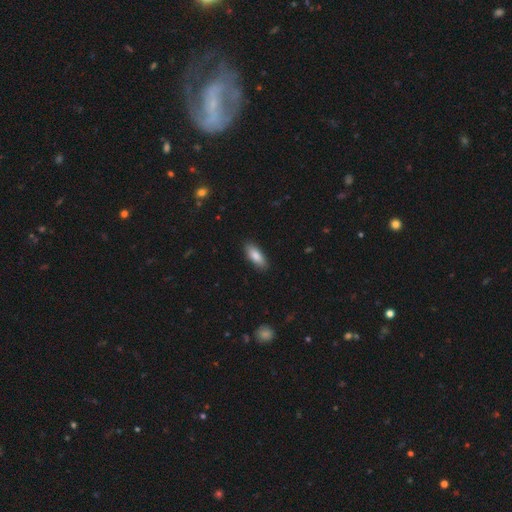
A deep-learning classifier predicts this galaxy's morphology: Overall: smooth (84%). How rounded: in between (73%). Merging: none (87%).